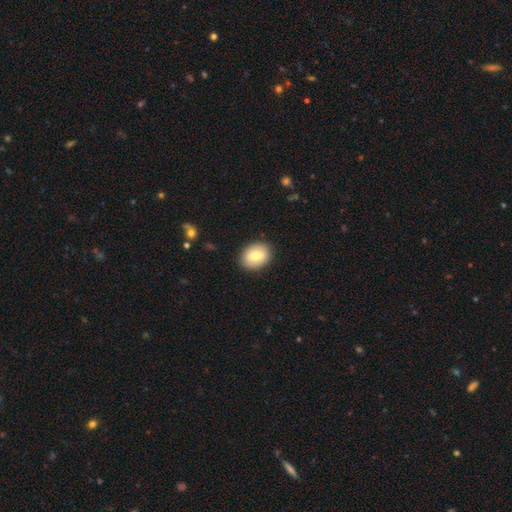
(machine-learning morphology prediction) type=smooth (76%); roundness=in between (58%); merging=none (88%).